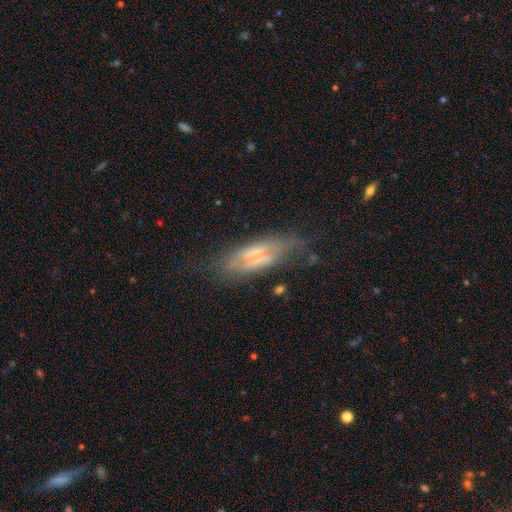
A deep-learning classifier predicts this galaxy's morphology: This appears to be a featured or disk galaxy (55%) viewed edge-on (76%). Merging: none (64%).